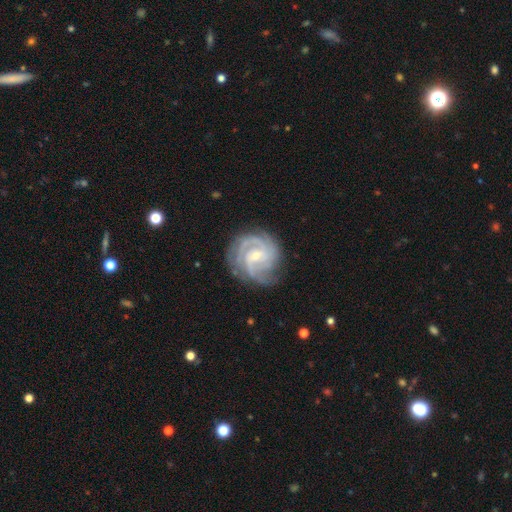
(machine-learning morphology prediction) smooth-or-featured: featured or disk: 89% | smooth: 6% | star or artifact: 5%
  disk-edge-on: no: 98% | yes: 2%
    bar: no: 50% | weak: 40% | strong: 10%
    has-spiral-arms: yes: 98% | no: 2%
      spiral-winding: tight: 61% | medium: 33% | loose: 5%
      spiral-arm-count: 3: 35% | 2: 23% | can't tell: 18% | 4: 13% | more than 4: 6% | 1: 6%
    bulge-size: small: 69% | moderate: 28% | none: 1% | large: 1% | dominant: 1%
  merging: none: 74% | minor disturbance: 18% | major disturbance: 7% | merger: 1%